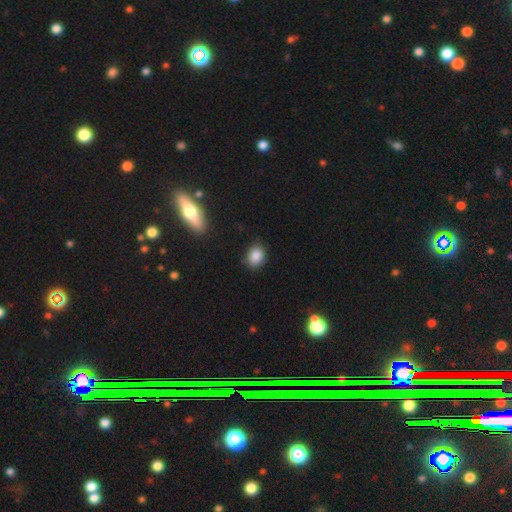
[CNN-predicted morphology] Smooth or featured?
  - smooth: 86% *
  - star or artifact: 9%
  - featured or disk: 5%
How rounded?
  - round: 54% *
  - in between: 45%
  - cigar-shaped: 1%
Merging?
  - none: 84% *
  - minor disturbance: 12%
  - major disturbance: 3%
  - merger: 2%